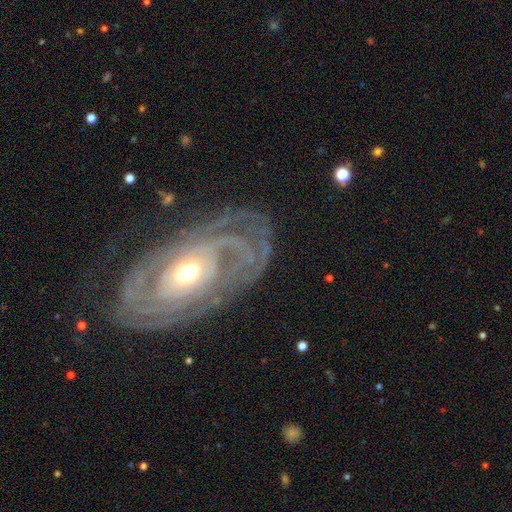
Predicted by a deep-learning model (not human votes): featured or disk 88%, smooth 6%, star or artifact 6%. Down the decision tree: edge-on disk — no (94%); bar — no (68%); spiral arms — yes (94%); spiral arm count — can't tell (30%); spiral winding — tight (76%); bulge size — moderate (64%); merging — none (74%).